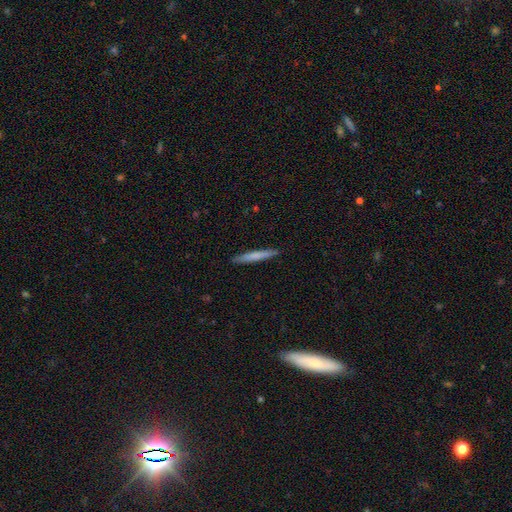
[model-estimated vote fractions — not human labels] Smooth or featured? Predicted: smooth (p=0.68). How rounded? Predicted: cigar-shaped (p=0.96). Merging? Predicted: none (p=0.91).